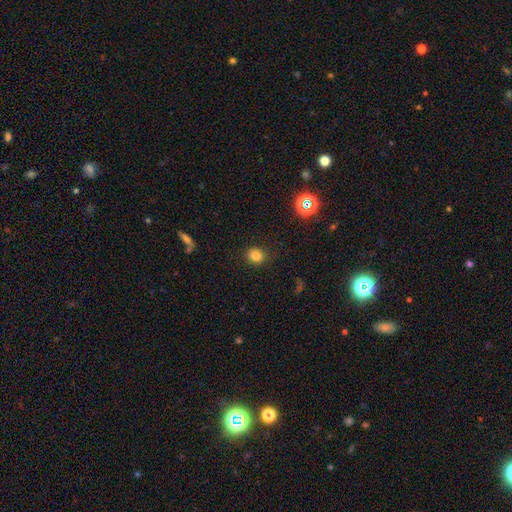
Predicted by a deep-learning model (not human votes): This is clearly a smooth galaxy (81%). How rounded: likely round (74%). Merging: clearly none (88%).